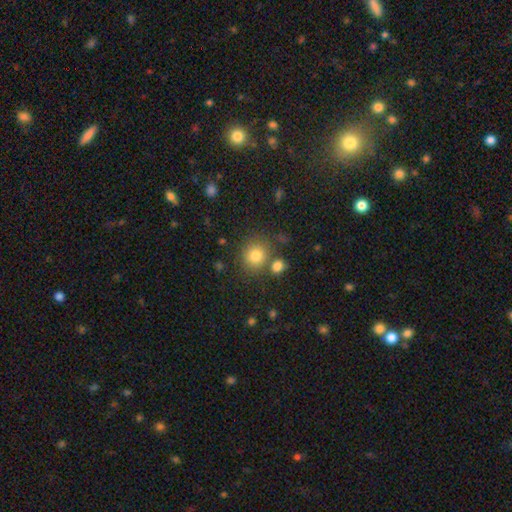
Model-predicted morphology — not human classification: smooth 82%, star or artifact 11%, featured or disk 7%. Down the decision tree: how rounded — round (81%); merging — none (70%).